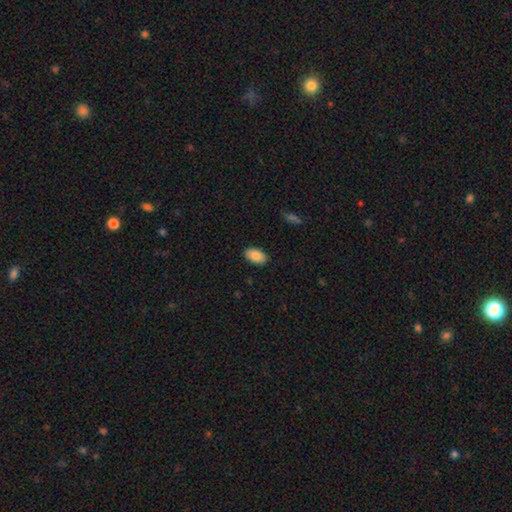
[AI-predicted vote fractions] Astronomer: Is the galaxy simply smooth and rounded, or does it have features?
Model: smooth — 87%.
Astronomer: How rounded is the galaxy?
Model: in between — 94%.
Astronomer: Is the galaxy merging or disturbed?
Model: none — 88%.